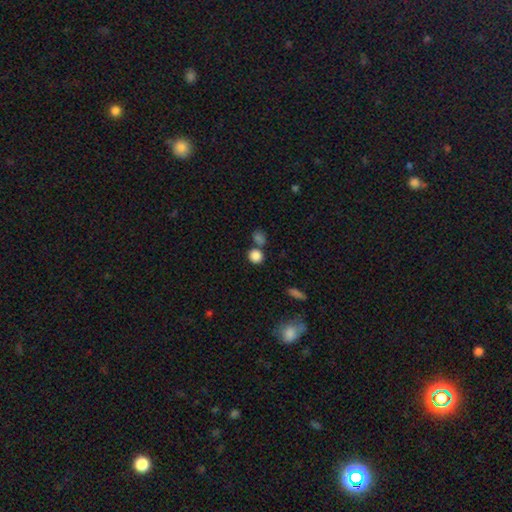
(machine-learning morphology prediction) The model was most divided on "merging": none: 62%, merger: 26%, minor disturbance: 9%, major disturbance: 4%. More confident: smooth or featured — smooth (85%); how rounded — round (83%).